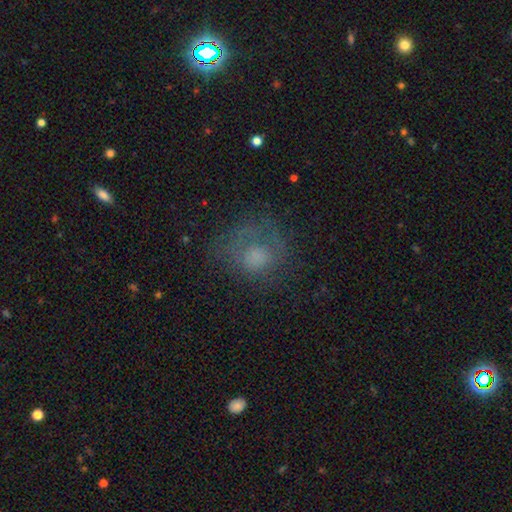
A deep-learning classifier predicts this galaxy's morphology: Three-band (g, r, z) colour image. It shows a smooth galaxy with no disk features (49%). Merging: none (51%).